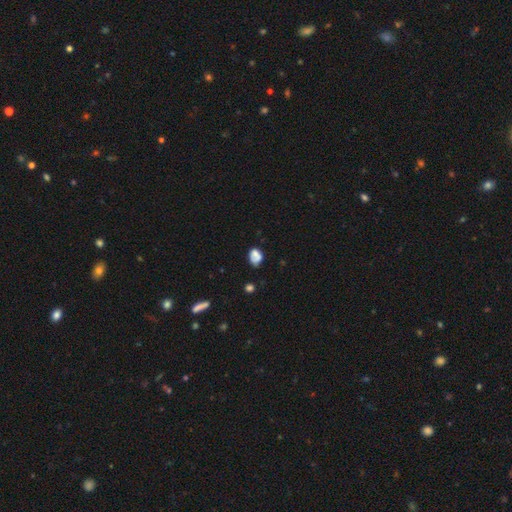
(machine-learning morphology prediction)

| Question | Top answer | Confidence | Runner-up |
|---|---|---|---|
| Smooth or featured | smooth | 68% | featured or disk (19%) |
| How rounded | in between | 65% | round (33%) |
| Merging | none | 47% | minor disturbance (26%) |